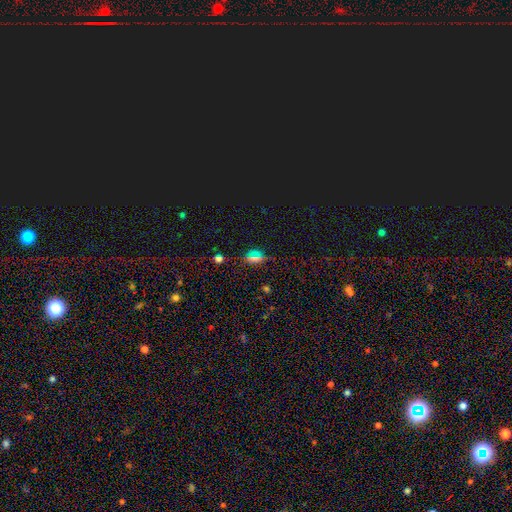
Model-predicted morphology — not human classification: A smooth galaxy with no disk features (46%). Merging: none (78%).